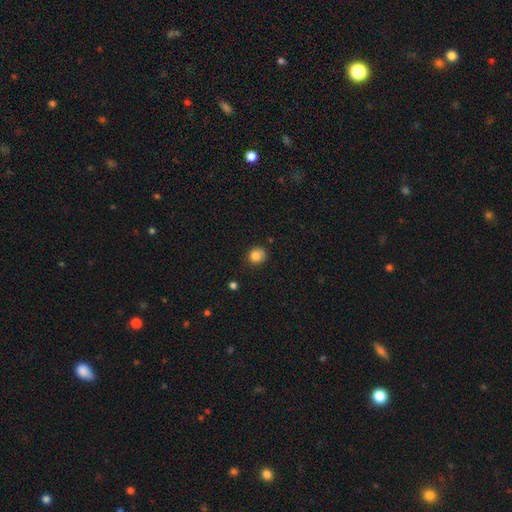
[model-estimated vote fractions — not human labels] smooth_or_featured: smooth (p=0.83) [alt: star or artifact p=0.11]
how_rounded: round (p=0.82) [alt: in between p=0.17]
merging: none (p=0.73) [alt: minor disturbance p=0.20]